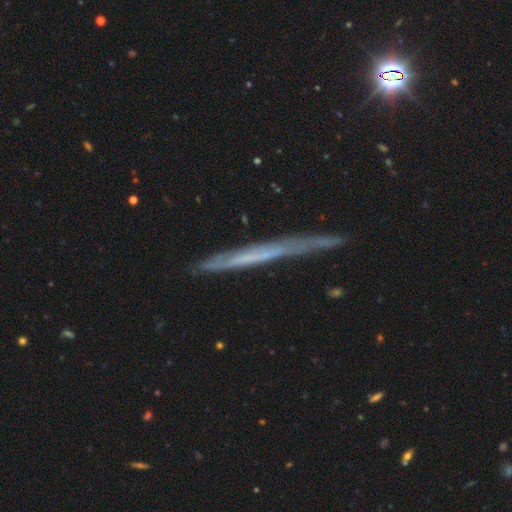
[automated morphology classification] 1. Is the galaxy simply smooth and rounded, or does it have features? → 59% featured or disk, 32% smooth, 9% star or artifact.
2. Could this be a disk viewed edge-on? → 93% yes, 7% no.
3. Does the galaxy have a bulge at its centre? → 91% none, 5% rounded, 4% boxy.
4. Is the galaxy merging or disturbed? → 78% none, 17% minor disturbance, 3% major disturbance, 2% merger.